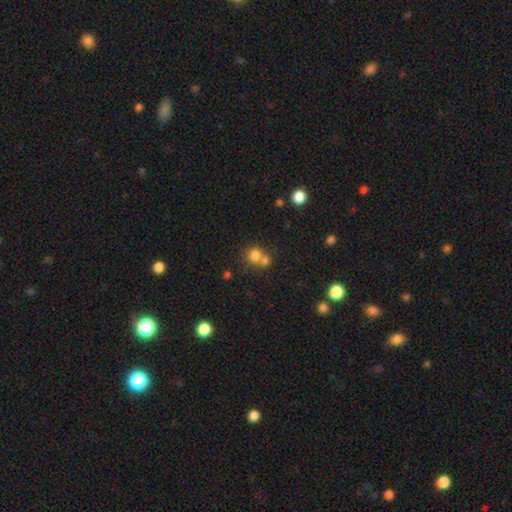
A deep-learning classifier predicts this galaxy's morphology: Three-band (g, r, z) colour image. It shows a smooth galaxy with no disk features (77%) that is round (80%). Merging: merger (48%).